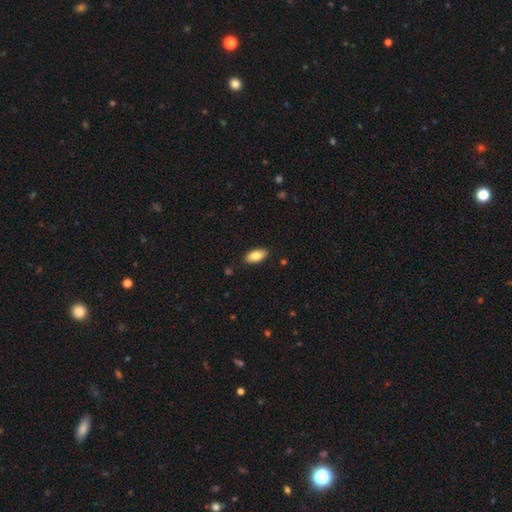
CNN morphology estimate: Smooth or featured?
  - smooth: 84% *
  - featured or disk: 9%
  - star or artifact: 7%
How rounded?
  - in between: 93% *
  - cigar-shaped: 5%
  - round: 2%
Merging?
  - none: 88% *
  - minor disturbance: 9%
  - major disturbance: 2%
  - merger: 1%